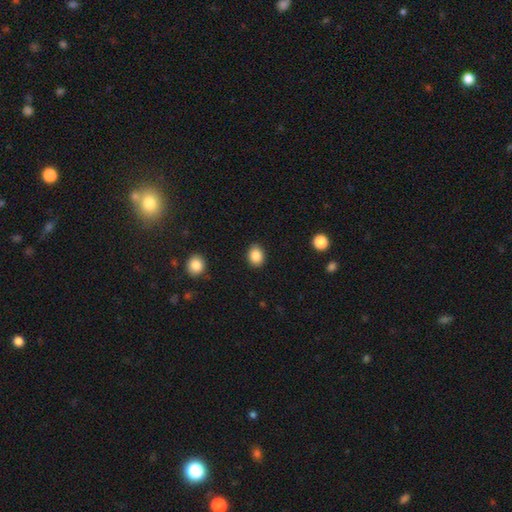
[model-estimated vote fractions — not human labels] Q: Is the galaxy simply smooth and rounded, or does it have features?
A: smooth — 87%.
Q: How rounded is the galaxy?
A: round — 50%.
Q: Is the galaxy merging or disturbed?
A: none — 88%.